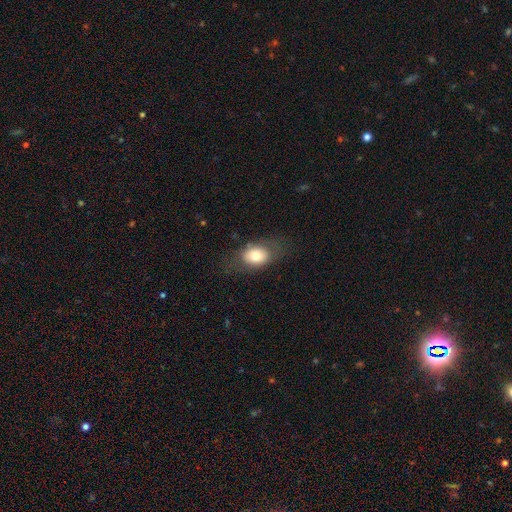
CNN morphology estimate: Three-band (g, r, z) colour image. It shows a smooth galaxy with no disk features (75%) that is in between round and cigar-shaped (72%). Merging: none (71%).